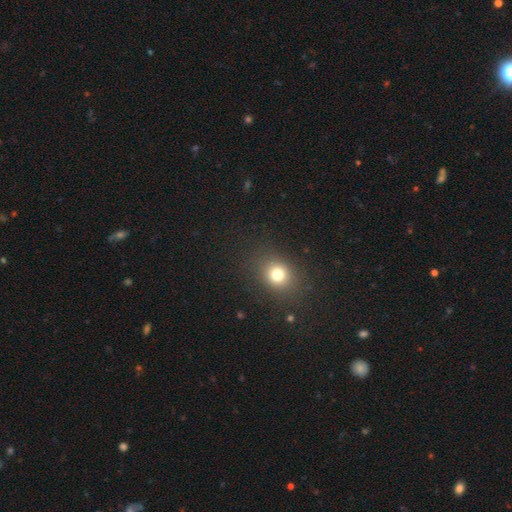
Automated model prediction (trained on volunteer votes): Overall: smooth (70%). How rounded: round (66%; in between 33%). Merging: none (89%).